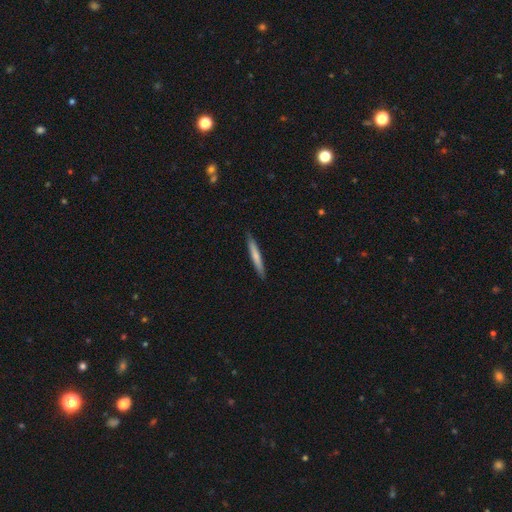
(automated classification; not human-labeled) smooth 69%, featured or disk 26%, star or artifact 5%. Down the decision tree: how rounded — cigar-shaped (95%); merging — none (89%).